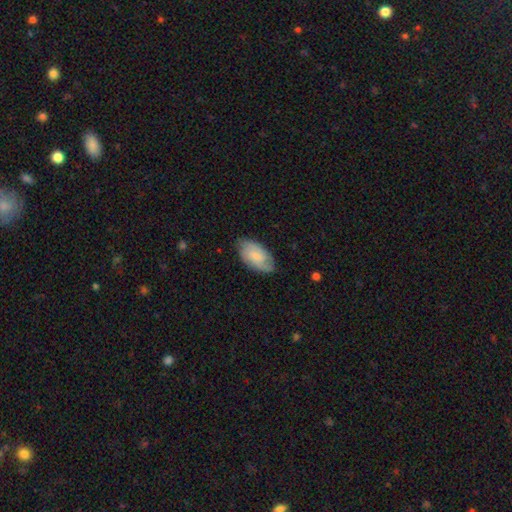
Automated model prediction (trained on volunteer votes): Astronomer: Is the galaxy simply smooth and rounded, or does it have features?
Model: smooth — 53% (runner-up: featured or disk, 41%).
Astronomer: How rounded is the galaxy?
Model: in between — 94%.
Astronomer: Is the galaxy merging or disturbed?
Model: none — 73%.